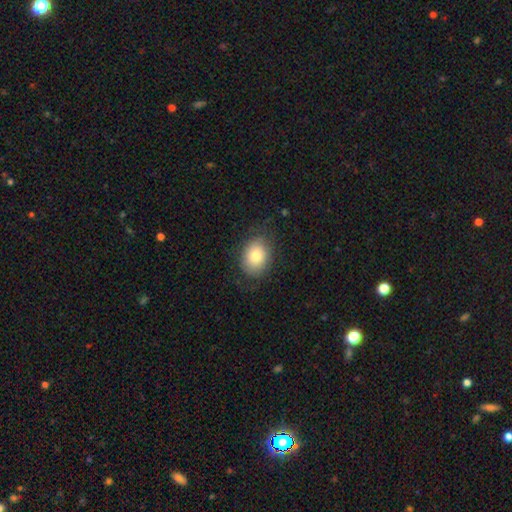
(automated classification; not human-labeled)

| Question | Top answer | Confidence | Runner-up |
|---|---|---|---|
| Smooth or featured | smooth | 78% | featured or disk (14%) |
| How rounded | in between | 62% | round (37%) |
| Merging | none | 75% | minor disturbance (18%) |